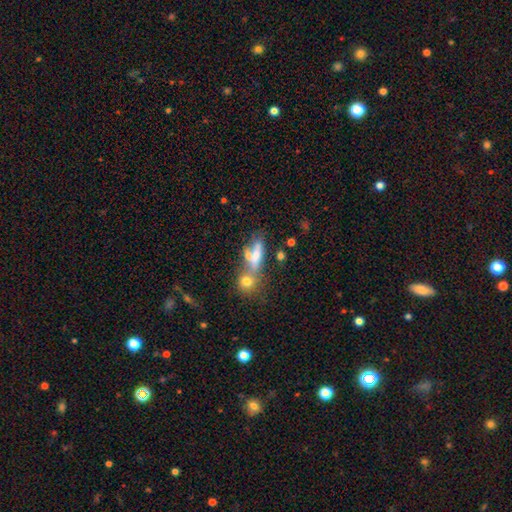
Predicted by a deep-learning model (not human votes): smooth-or-featured: smooth: 46% | featured or disk: 36% | star or artifact: 17%
  merging: none: 41% | merger: 35% | minor disturbance: 13% | major disturbance: 10%